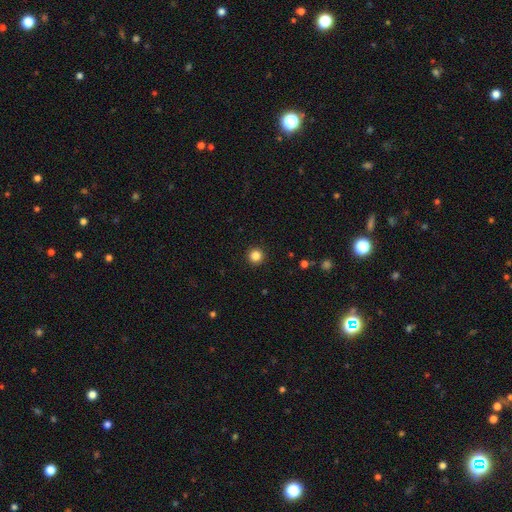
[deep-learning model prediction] This appears to be a smooth galaxy with no disk features (84%) that is round (96%). Merging: none (93%).